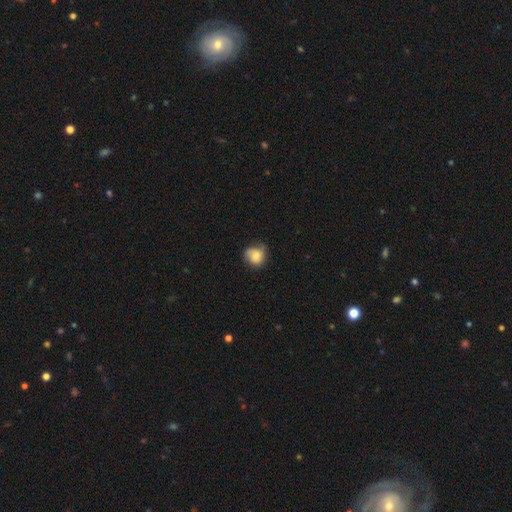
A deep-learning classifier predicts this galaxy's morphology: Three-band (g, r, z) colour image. It shows a smooth galaxy with no disk features (69%) that is round (72%). Merging: none (52%).